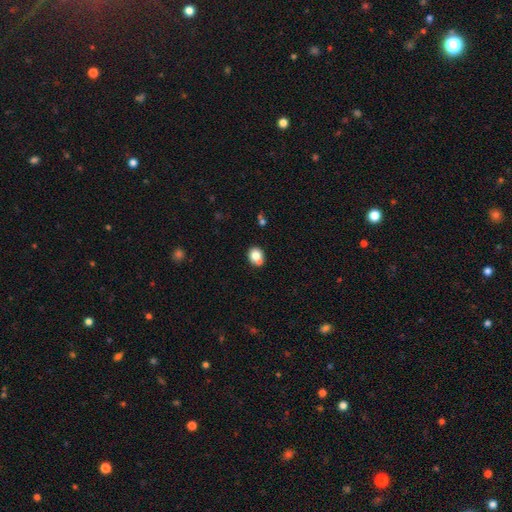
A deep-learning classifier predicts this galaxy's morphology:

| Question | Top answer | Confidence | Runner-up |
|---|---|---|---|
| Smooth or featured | smooth | 79% | featured or disk (11%) |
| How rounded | round | 60% | in between (39%) |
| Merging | none | 60% | minor disturbance (19%) |